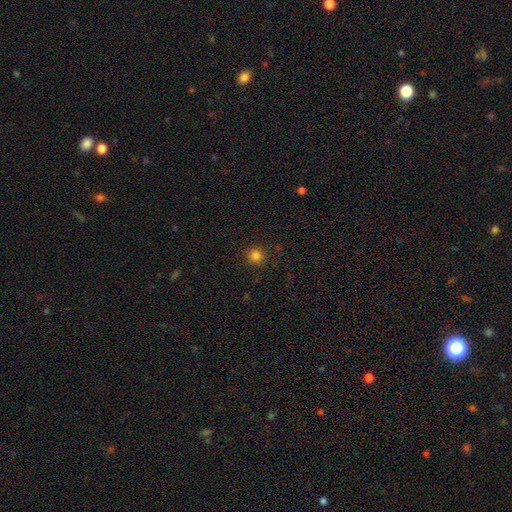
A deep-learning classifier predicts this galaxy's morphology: Overall: smooth (81%). How rounded: round (94%). Merging: none (89%).